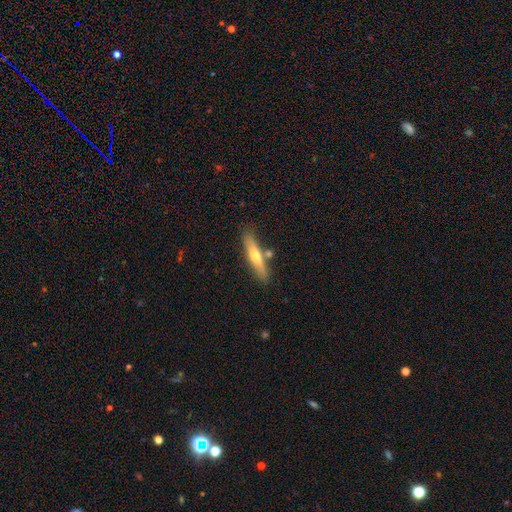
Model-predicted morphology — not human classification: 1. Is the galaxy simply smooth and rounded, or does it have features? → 54% smooth, 39% featured or disk, 6% star or artifact.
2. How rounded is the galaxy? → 83% cigar-shaped, 15% in between, 2% round.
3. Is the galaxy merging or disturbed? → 77% none, 12% minor disturbance, 8% merger, 3% major disturbance.